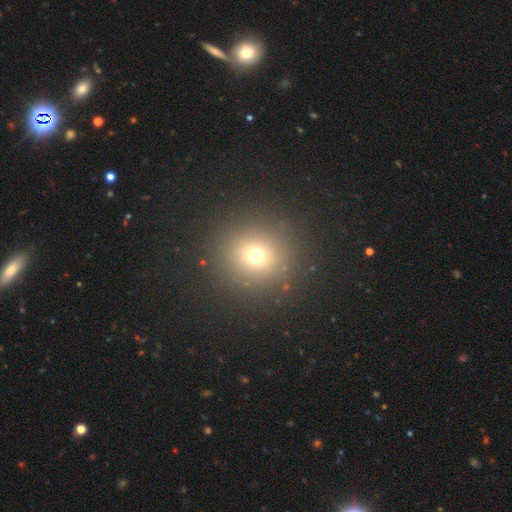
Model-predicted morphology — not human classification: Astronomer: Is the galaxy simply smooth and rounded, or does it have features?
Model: smooth — 68%.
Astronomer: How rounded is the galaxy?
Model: round — 90%.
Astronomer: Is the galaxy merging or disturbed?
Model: none — 88%.